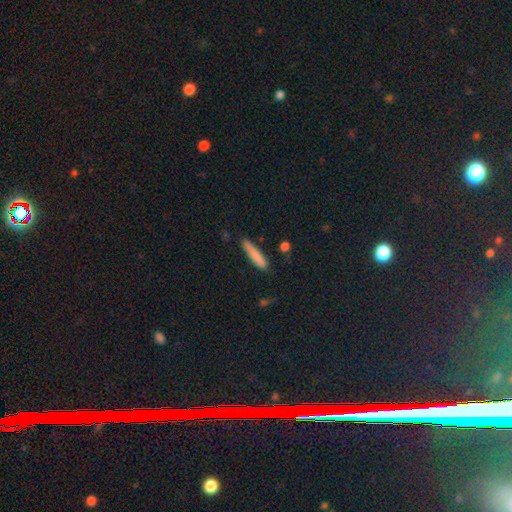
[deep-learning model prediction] A smooth galaxy with no disk features (82%) that is cigar-shaped (90%).

Vote fractions:
- Smooth or featured? smooth: 82% / featured or disk: 12% / star or artifact: 6%
- How rounded? cigar-shaped: 90% / in between: 9% / round: 1%
- Merging? none: 78% / minor disturbance: 16% / major disturbance: 3% / merger: 3%